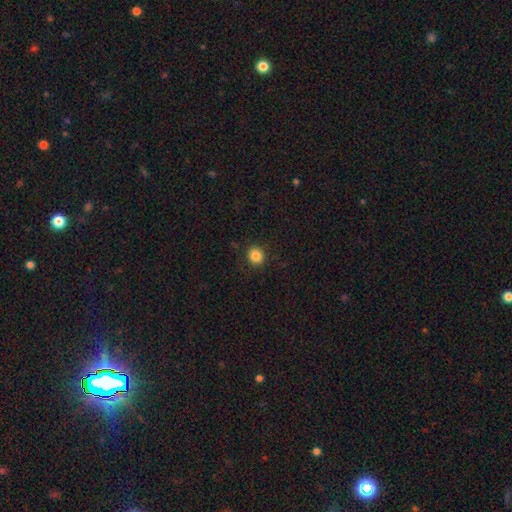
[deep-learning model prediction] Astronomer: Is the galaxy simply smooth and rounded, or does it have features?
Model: smooth — 85%.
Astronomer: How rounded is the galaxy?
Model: round — 82%.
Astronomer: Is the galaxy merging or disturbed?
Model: none — 89%.